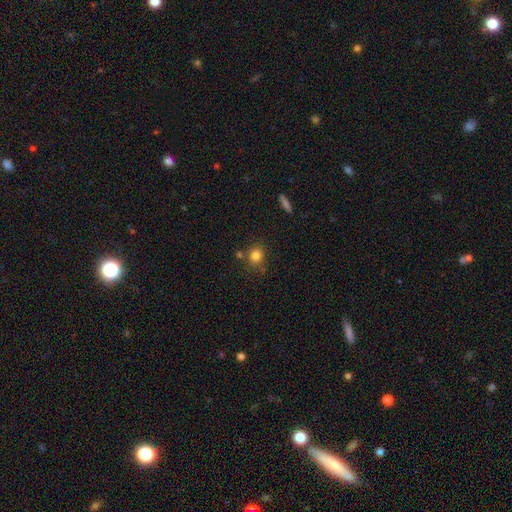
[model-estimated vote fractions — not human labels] Morphology: type=smooth (82%); roundness=round (84%); merging=none (72%).